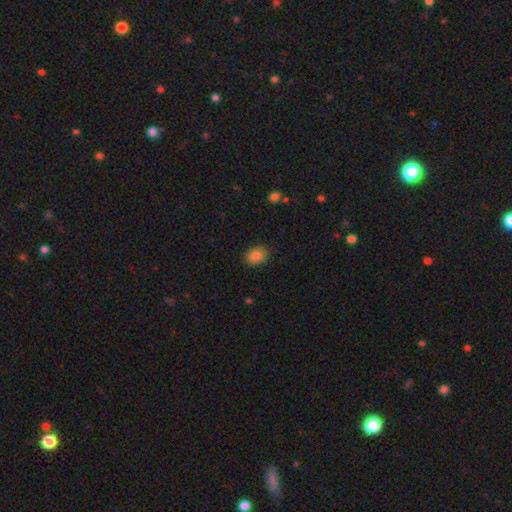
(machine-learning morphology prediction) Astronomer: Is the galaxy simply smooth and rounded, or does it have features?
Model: smooth — 86%.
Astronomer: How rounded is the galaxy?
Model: in between — 58% (runner-up: round, 41%).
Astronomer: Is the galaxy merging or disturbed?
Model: none — 88%.